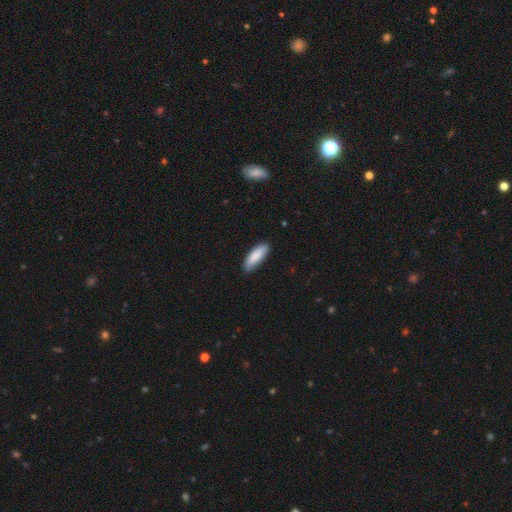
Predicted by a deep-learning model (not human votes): A smooth galaxy with no disk features (87%) that is in between round and cigar-shaped (57%). Merging: none (79%).